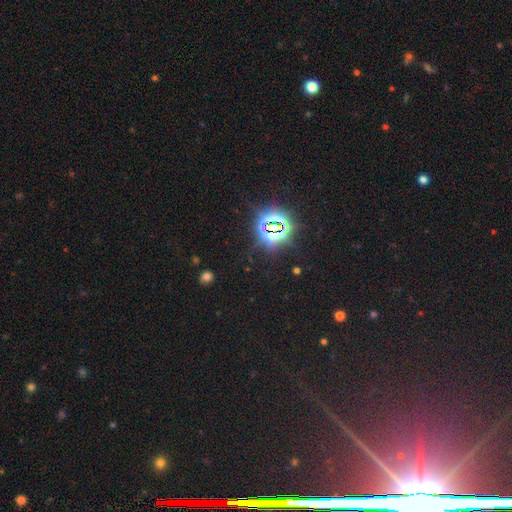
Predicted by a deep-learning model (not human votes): A star or artifact, not a galaxy (79%).